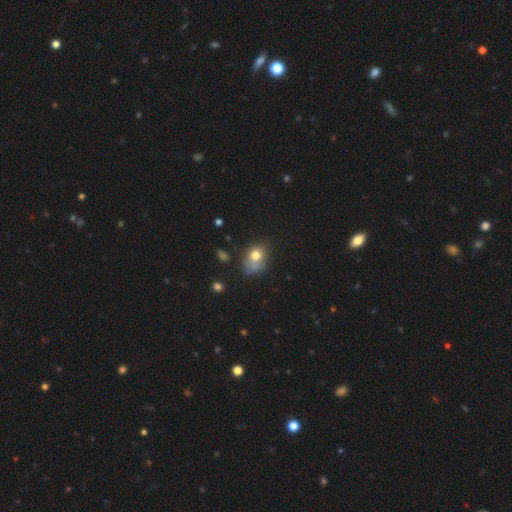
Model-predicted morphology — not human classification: A smooth galaxy with no disk features (73%) that is in between round and cigar-shaped (54%).

Vote fractions:
- Smooth or featured? smooth: 73% / featured or disk: 15% / star or artifact: 12%
- How rounded? in between: 54% / round: 45% / cigar-shaped: 1%
- Merging? none: 39% / minor disturbance: 30% / major disturbance: 20% / merger: 11%